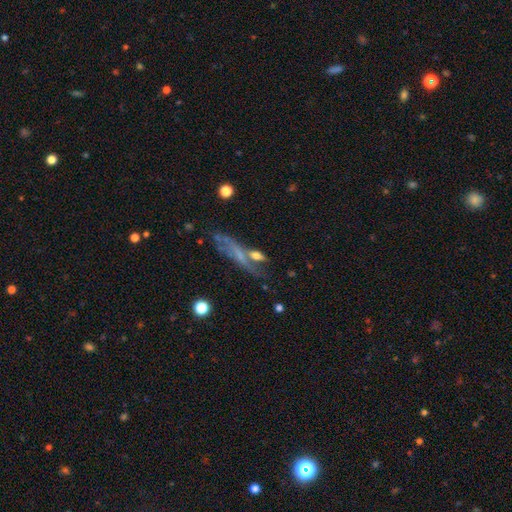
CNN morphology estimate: The model was most divided on "smooth or featured": smooth: 47%, featured or disk: 41%, star or artifact: 11%. Remaining: merging — none (39%).